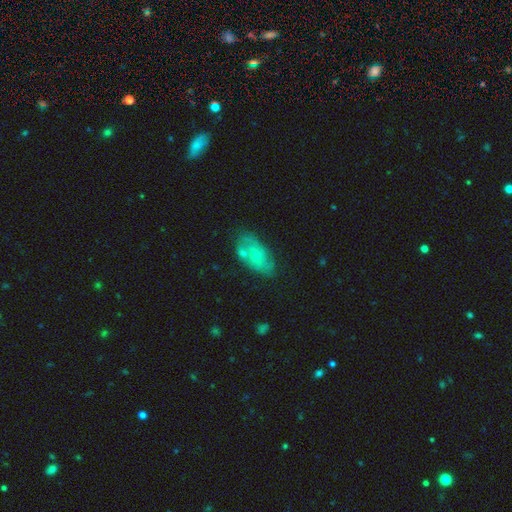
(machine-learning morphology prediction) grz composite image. It shows a featured or disk galaxy (50%). Merging: none (49%).